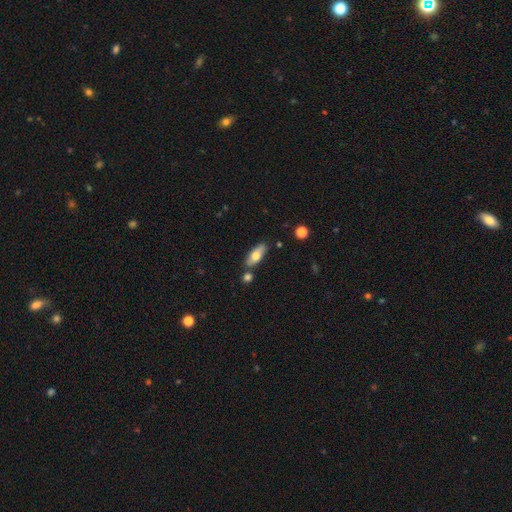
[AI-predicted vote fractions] Morphology: type=smooth (67%); roundness=in between (73%); merging=none (75%).